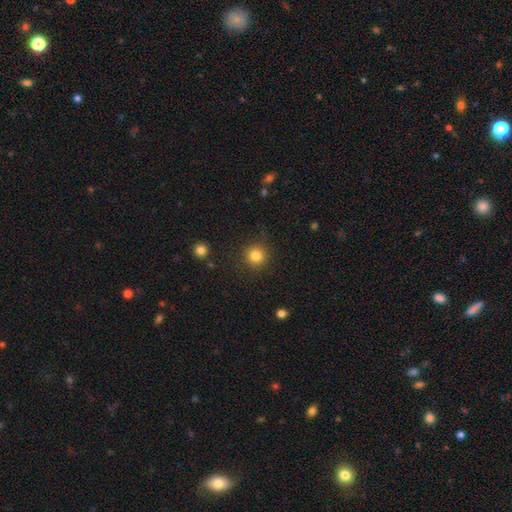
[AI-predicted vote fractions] Smooth or featured? Predicted: smooth (p=0.83). How rounded? Predicted: round (p=0.94). Merging? Predicted: none (p=0.89).